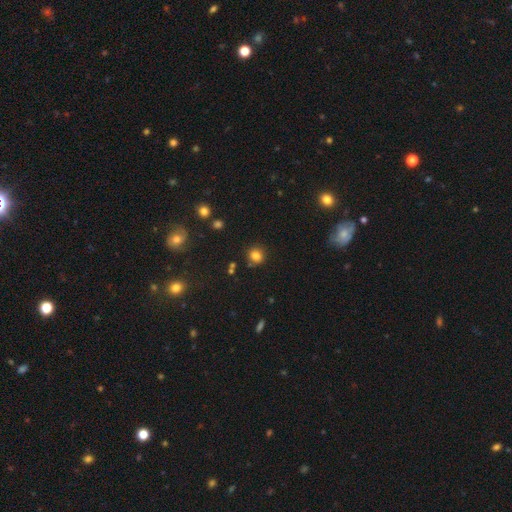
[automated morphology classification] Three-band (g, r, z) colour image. It shows a smooth galaxy with no disk features (80%) that is round (84%). Merging: none (83%).